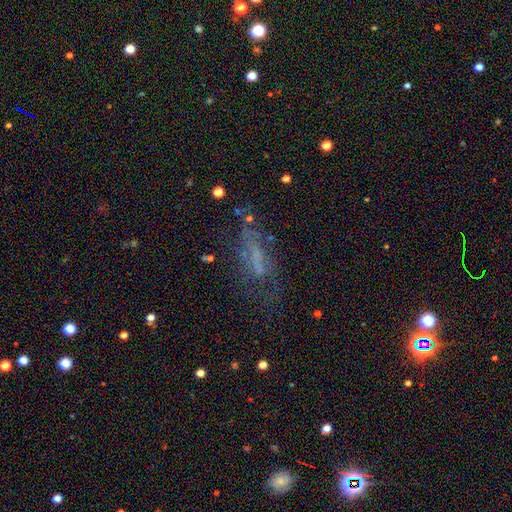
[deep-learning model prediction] smooth_or_featured: featured or disk (p=0.43) [alt: smooth p=0.31]
merging: none (p=0.47) [alt: major disturbance p=0.26]